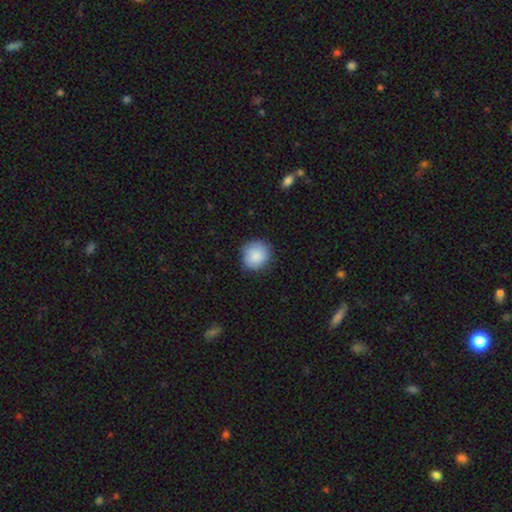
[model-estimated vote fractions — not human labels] smooth_or_featured: smooth (p=0.88) [alt: star or artifact p=0.07]
how_rounded: round (p=0.84) [alt: in between p=0.15]
merging: none (p=0.83) [alt: minor disturbance p=0.14]